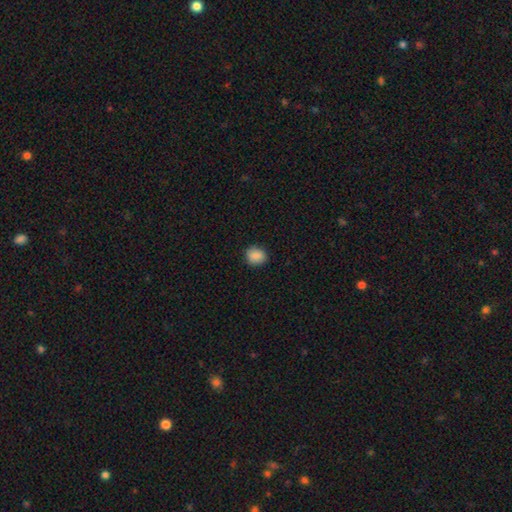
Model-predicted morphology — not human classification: smooth 87%, star or artifact 8%, featured or disk 4%. Down the decision tree: how rounded — round (71%); merging — none (88%).